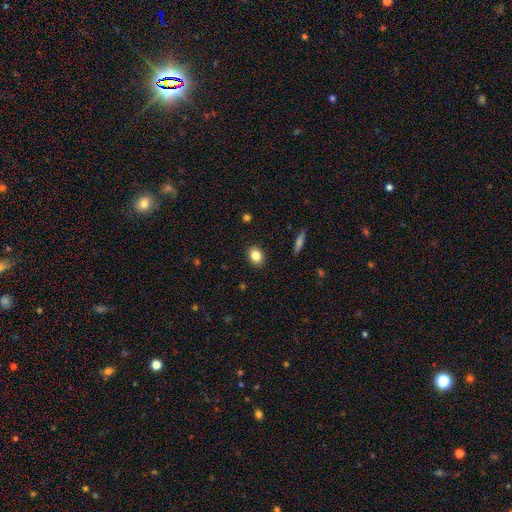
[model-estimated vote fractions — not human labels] smooth-or-featured: smooth: 84% | star or artifact: 9% | featured or disk: 7%
  how-rounded: in between: 55% | round: 43% | cigar-shaped: 1%
  merging: none: 90% | minor disturbance: 7% | major disturbance: 2% | merger: 1%